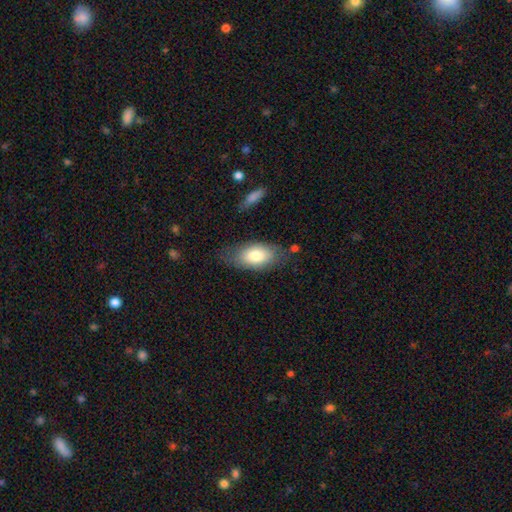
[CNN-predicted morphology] smooth_or_featured: smooth (p=0.77) [alt: featured or disk p=0.16]
how_rounded: in between (p=0.91) [alt: cigar-shaped p=0.05]
merging: none (p=0.67) [alt: minor disturbance p=0.22]